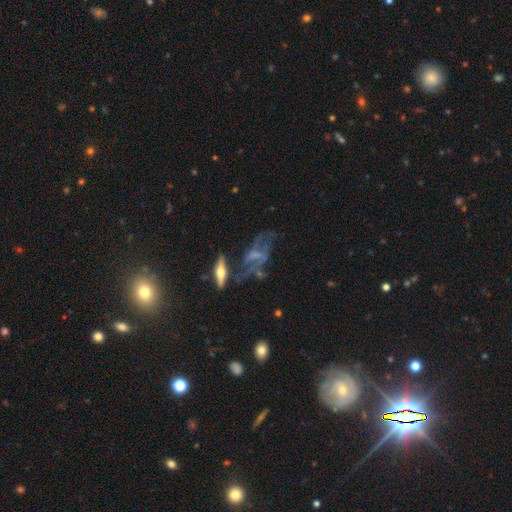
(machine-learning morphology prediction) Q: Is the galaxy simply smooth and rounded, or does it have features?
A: featured or disk — 68%.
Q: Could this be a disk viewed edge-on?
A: no — 79%.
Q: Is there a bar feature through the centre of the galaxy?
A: no — 52%.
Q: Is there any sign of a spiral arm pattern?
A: yes — 59%.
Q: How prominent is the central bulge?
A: none — 47%.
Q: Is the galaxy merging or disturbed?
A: none — 41%.